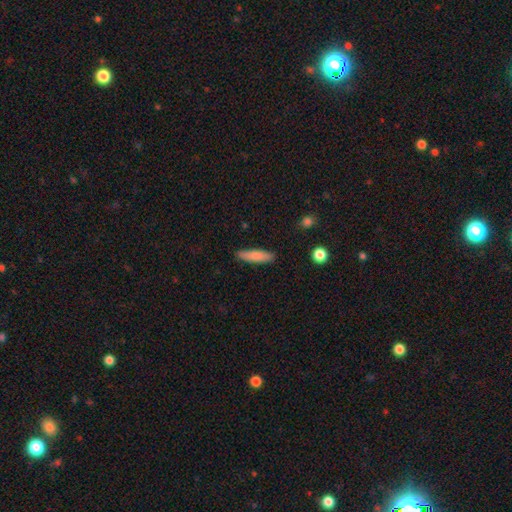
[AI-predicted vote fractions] A smooth galaxy with no disk features (81%) that is cigar-shaped (75%).

Vote fractions:
- Smooth or featured? smooth: 81% / featured or disk: 13% / star or artifact: 6%
- How rounded? cigar-shaped: 75% / in between: 23% / round: 2%
- Merging? none: 87% / minor disturbance: 10% / major disturbance: 2% / merger: 1%